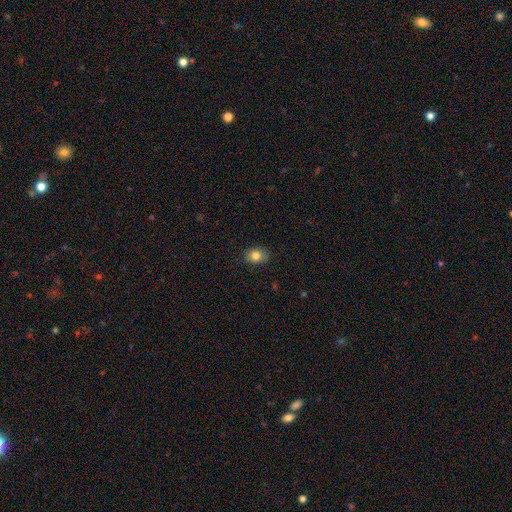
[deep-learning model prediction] This appears to be a smooth galaxy with no disk features (82%) that is in between round and cigar-shaped (57%). Merging: none (85%).